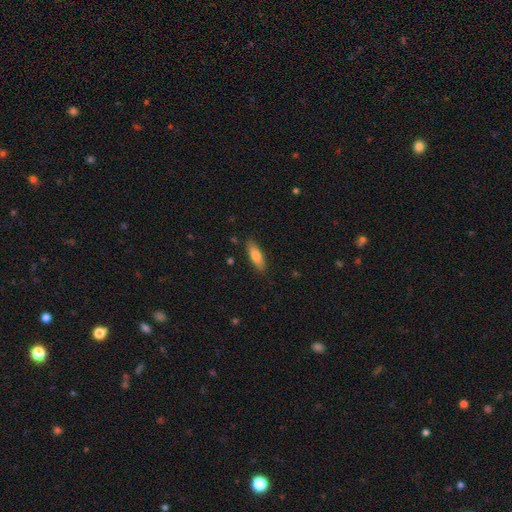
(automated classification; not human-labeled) smooth 77%, featured or disk 16%, star or artifact 6%. Down the decision tree: how rounded — in between (54%); merging — none (86%).